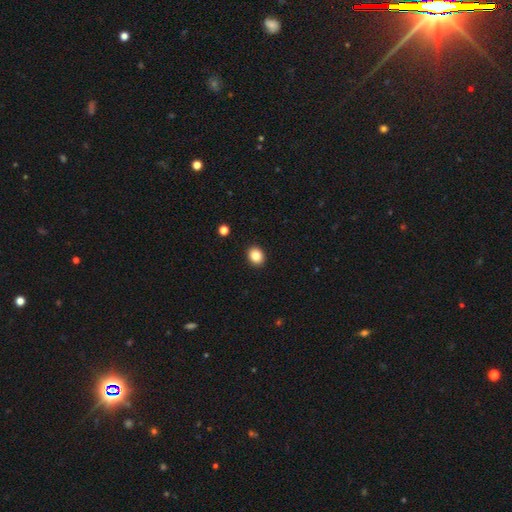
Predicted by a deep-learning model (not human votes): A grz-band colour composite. It shows a smooth galaxy with no disk features (85%) that is round (59%). Merging: none (92%).